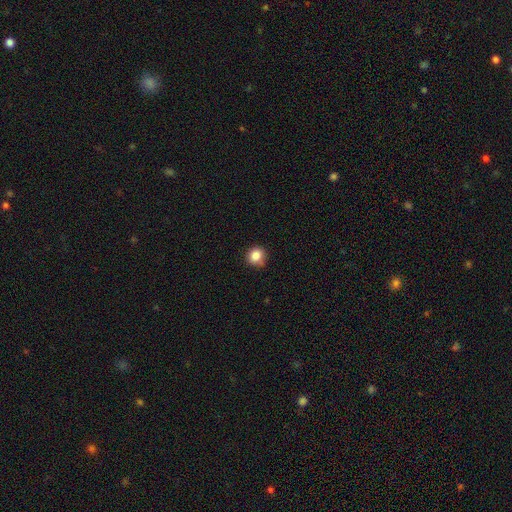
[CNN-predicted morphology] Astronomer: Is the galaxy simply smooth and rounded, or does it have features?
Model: smooth — 85%.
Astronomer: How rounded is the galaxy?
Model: round — 87%.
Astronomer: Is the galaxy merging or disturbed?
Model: none — 79%.